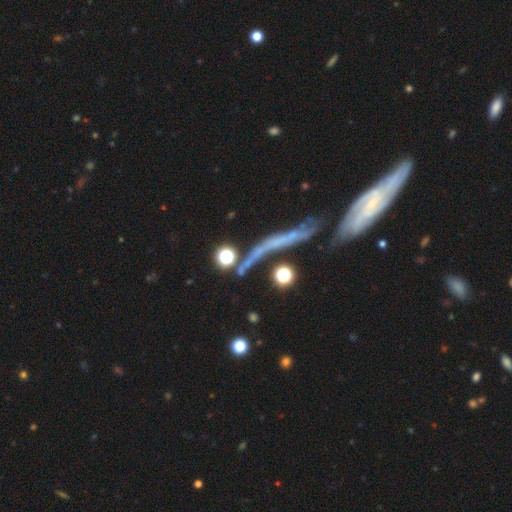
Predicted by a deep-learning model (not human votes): This is possibly a featured or disk galaxy (48%). Merging: possibly none (58%).